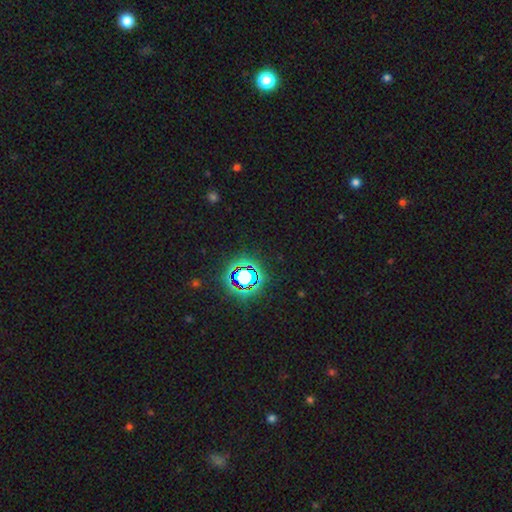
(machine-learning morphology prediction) A star or artifact, not a galaxy (82%).